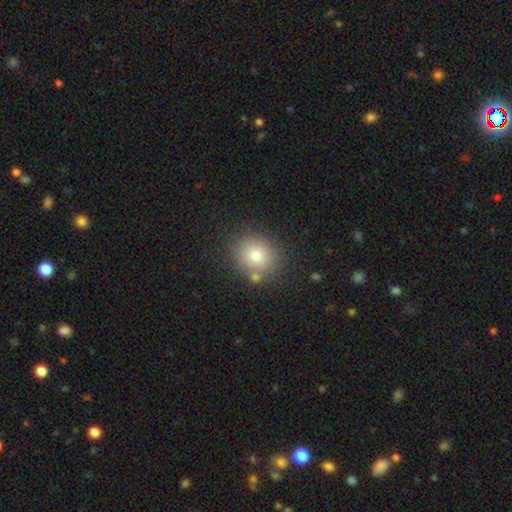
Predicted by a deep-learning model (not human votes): Smooth or featured? smooth (77%)
How rounded? round (73%)
Merging? none (80%)